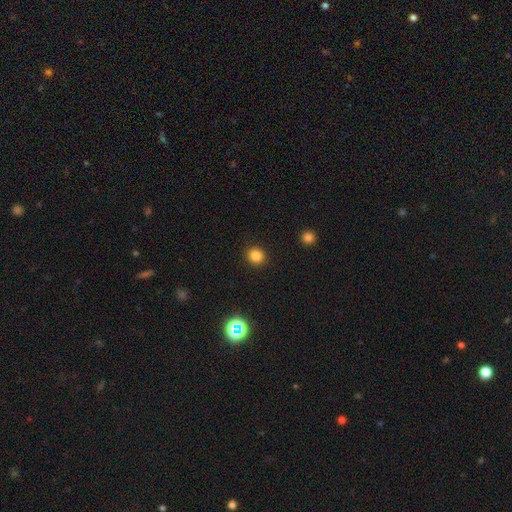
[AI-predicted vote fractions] Morphology: type=smooth (83%); roundness=round (90%); merging=none (92%).